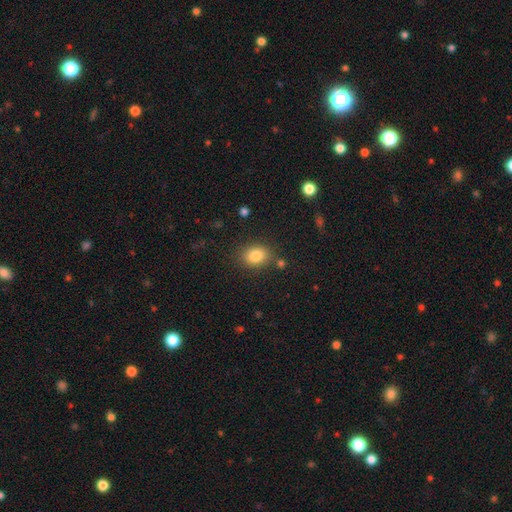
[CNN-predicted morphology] smooth 83%, star or artifact 10%, featured or disk 7%. Down the decision tree: how rounded — in between (57%); merging — none (80%).